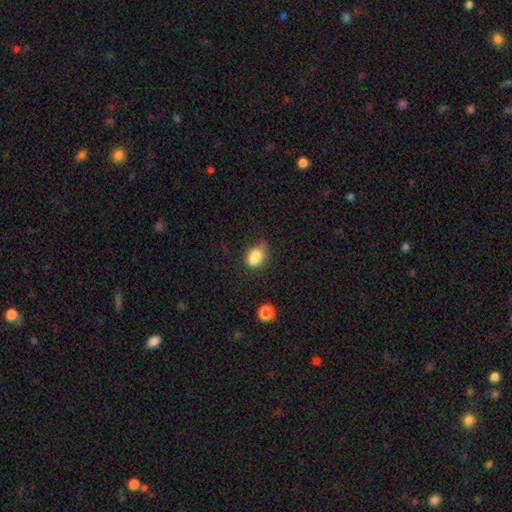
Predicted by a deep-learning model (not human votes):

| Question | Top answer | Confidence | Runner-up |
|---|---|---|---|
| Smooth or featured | smooth | 82% | star or artifact (10%) |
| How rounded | in between | 72% | round (26%) |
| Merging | none | 49% | minor disturbance (32%) |